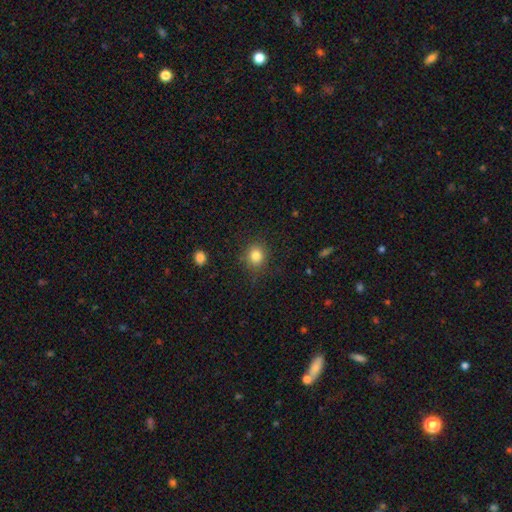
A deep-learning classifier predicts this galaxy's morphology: Smooth or featured? Predicted: smooth (p=0.83). How rounded? Predicted: round (p=0.82). Merging? Predicted: none (p=0.84).